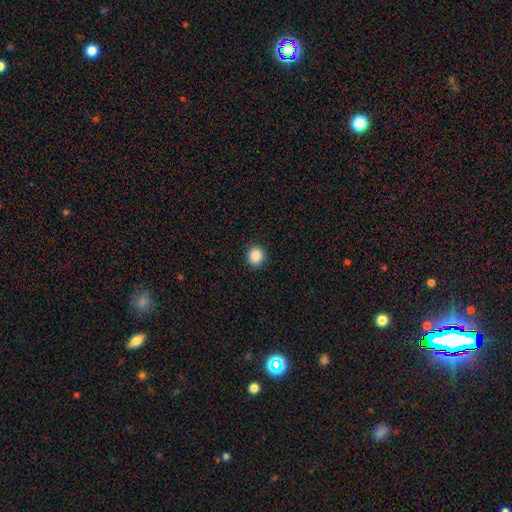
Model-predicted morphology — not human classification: The model was most divided on "how rounded": round: 81%, in between: 18%, cigar-shaped: 1%. More confident: merging — none (92%); smooth or featured — smooth (88%).